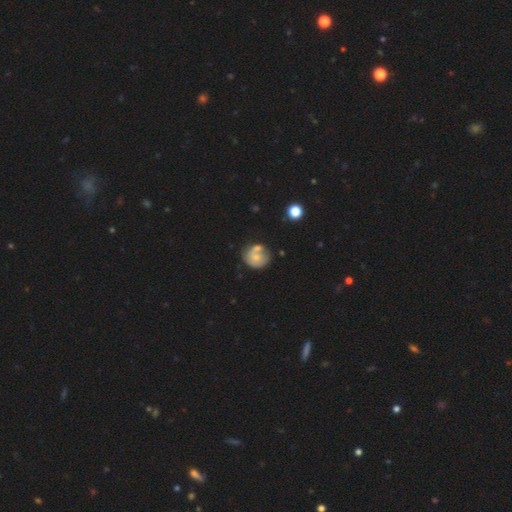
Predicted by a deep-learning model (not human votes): Smooth or featured? smooth (54%)
How rounded? round (78%)
Merging? none (47%)